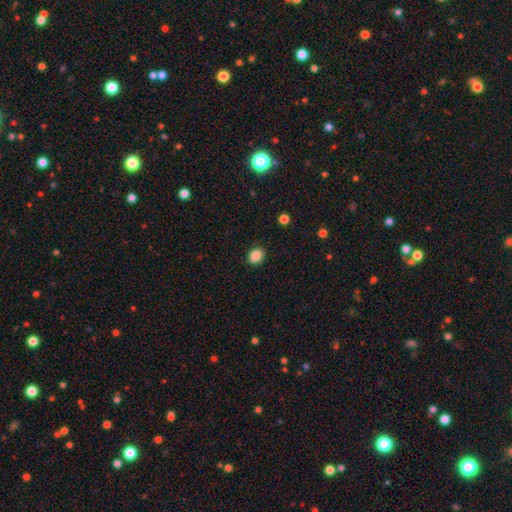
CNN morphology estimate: smooth 87%, star or artifact 10%, featured or disk 3%. Down the decision tree: how rounded — round (52%); merging — none (89%).